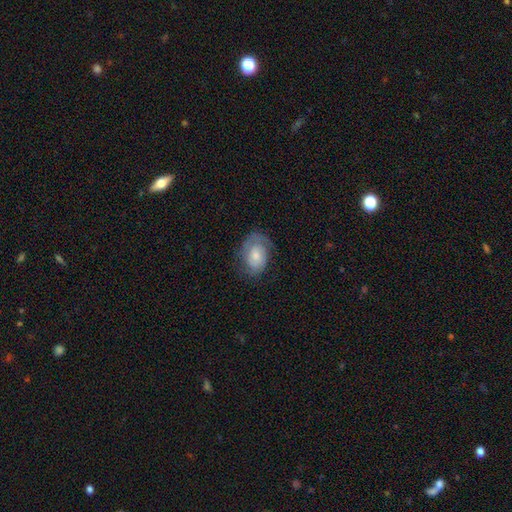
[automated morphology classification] Smooth or featured: featured or disk — 58% (smooth — 35%)
Edge-on disk: no — 96% (yes — 4%)
Bar: no — 73% (weak — 23%)
Spiral arms: yes — 85% (no — 15%)
Bulge size: small — 42% (moderate — 41%)
Merging: none — 65% (minor disturbance — 22%)